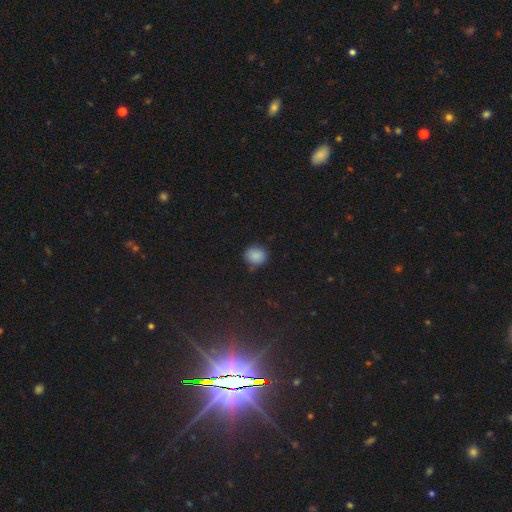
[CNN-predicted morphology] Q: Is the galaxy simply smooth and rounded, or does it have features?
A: smooth — 86%.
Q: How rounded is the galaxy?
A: round — 81%.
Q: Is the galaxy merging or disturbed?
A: none — 82%.